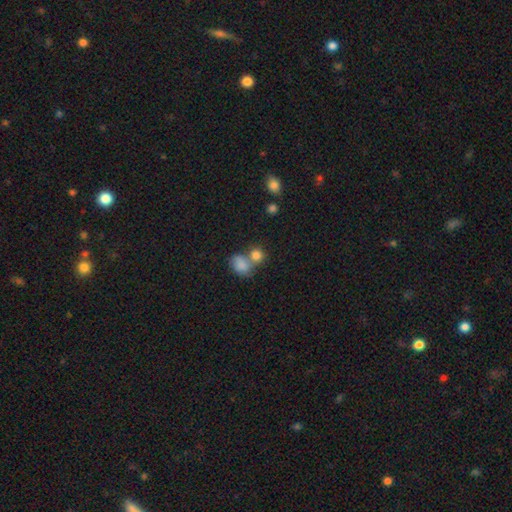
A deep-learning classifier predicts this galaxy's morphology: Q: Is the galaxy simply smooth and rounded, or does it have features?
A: smooth — 82%.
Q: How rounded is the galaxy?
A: round — 66%.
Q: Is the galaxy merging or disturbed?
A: merger — 46%.